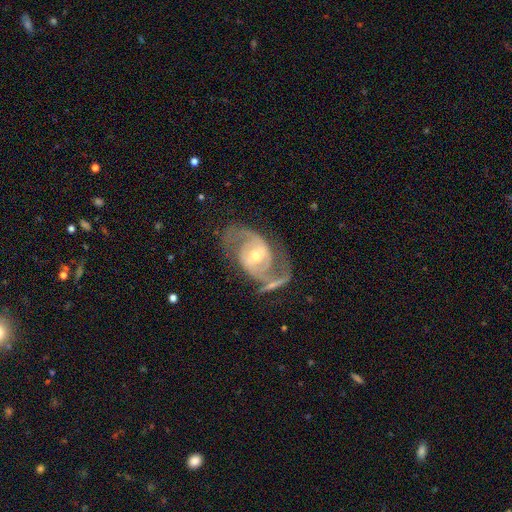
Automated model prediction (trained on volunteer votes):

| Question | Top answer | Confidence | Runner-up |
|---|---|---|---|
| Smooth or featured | featured or disk | 88% | smooth (6%) |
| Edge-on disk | no | 96% | yes (4%) |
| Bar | weak | 43% | no (30%) |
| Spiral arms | yes | 95% | no (5%) |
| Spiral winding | medium | 54% | tight (23%) |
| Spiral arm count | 2 | 90% | can't tell (4%) |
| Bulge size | moderate | 53% | small (42%) |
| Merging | none | 63% | minor disturbance (16%) |